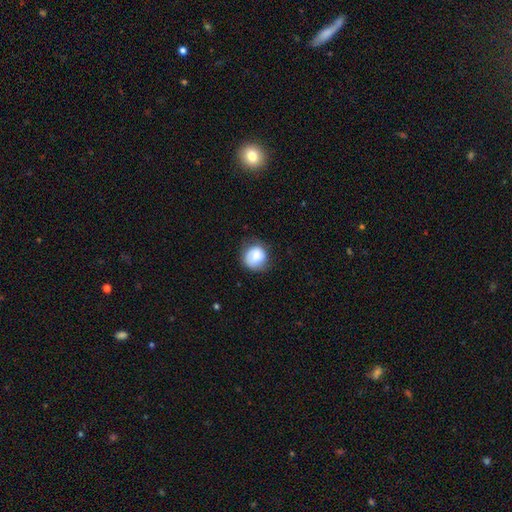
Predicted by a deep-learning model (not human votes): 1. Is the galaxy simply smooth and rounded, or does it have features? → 78% smooth, 14% featured or disk, 7% star or artifact.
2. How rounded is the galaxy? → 84% round, 15% in between, 1% cigar-shaped.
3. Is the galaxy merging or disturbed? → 64% none, 26% minor disturbance, 9% major disturbance, 2% merger.